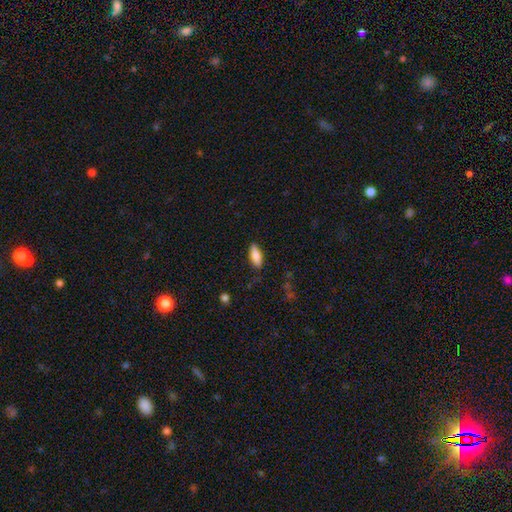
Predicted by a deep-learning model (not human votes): smooth-or-featured: smooth: 84% | featured or disk: 9% | star or artifact: 7%
  how-rounded: in between: 76% | cigar-shaped: 22% | round: 2%
  merging: none: 83% | minor disturbance: 13% | major disturbance: 3% | merger: 1%